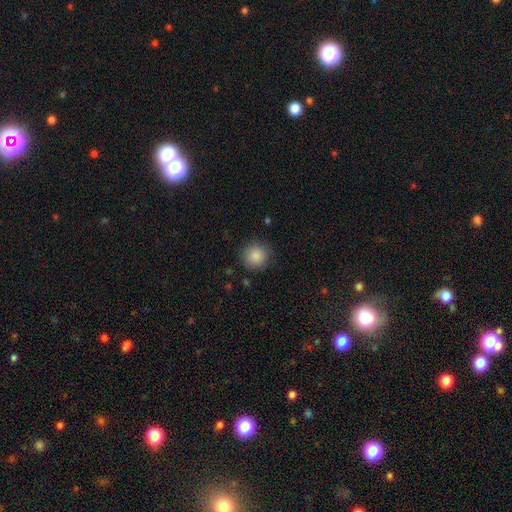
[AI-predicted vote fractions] smooth_or_featured: smooth (p=0.87) [alt: star or artifact p=0.09]
how_rounded: round (p=0.93) [alt: in between p=0.06]
merging: none (p=0.87) [alt: minor disturbance p=0.10]